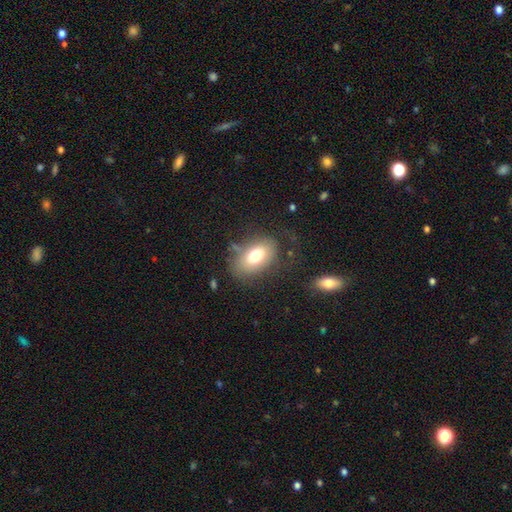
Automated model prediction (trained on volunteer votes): The model was most divided on "merging": none: 68%, minor disturbance: 18%, major disturbance: 11%, merger: 3%. More confident: how rounded — in between (89%); smooth or featured — smooth (72%).